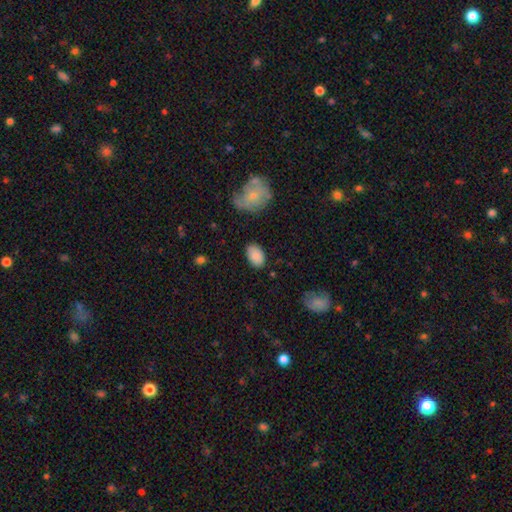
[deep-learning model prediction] A smooth galaxy with no disk features (86%) that is in between round and cigar-shaped (90%). Merging: none (82%).